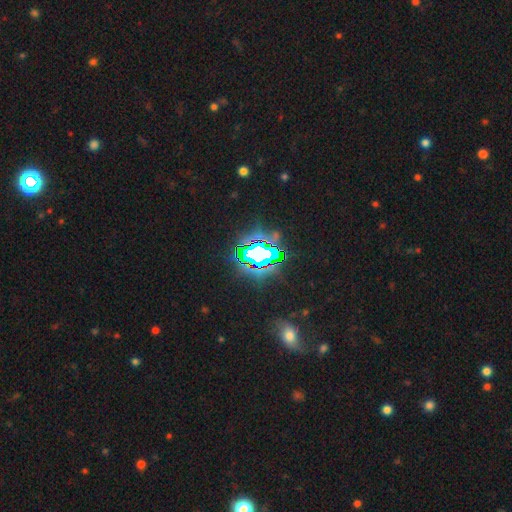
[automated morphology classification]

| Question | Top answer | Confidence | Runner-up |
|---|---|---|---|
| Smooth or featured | star or artifact | 74% | smooth (14%) |